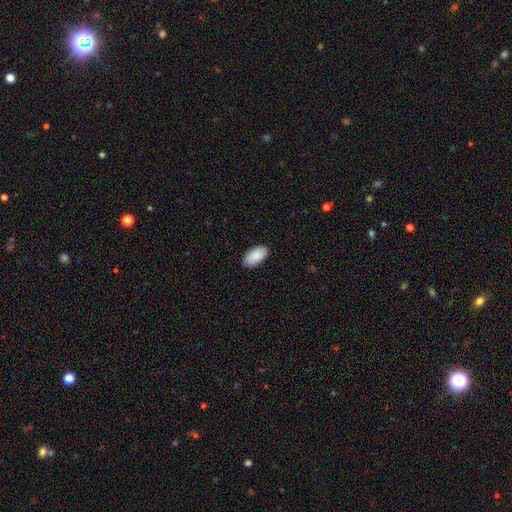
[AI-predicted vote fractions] A smooth galaxy with no disk features (91%) that is in between round and cigar-shaped (96%). Merging: none (88%).